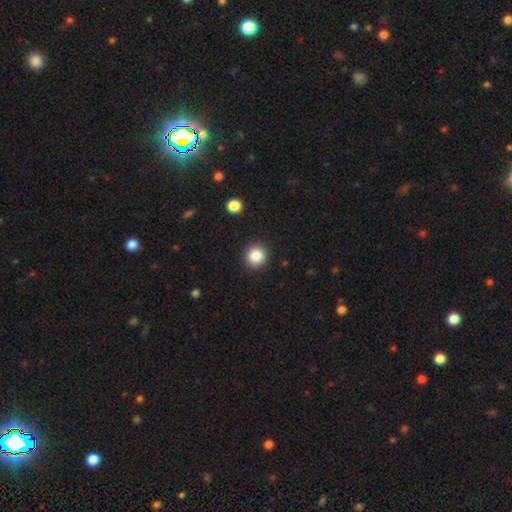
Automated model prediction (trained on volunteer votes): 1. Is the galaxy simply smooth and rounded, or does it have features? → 86% smooth, 10% star or artifact, 4% featured or disk.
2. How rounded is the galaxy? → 94% round, 5% in between, 1% cigar-shaped.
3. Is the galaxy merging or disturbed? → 91% none, 5% minor disturbance, 2% major disturbance, 1% merger.